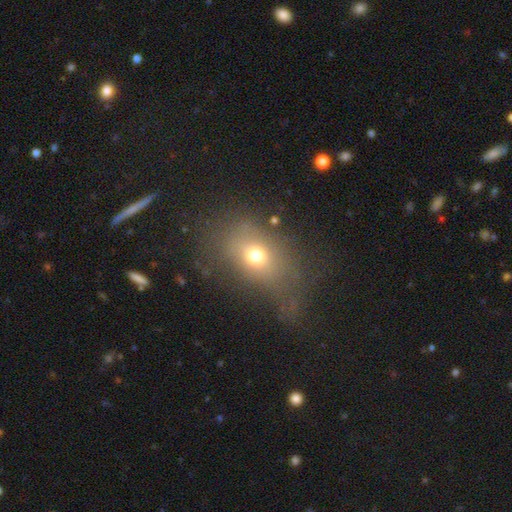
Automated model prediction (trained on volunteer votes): smooth_or_featured: smooth (p=0.66) [alt: featured or disk p=0.17]
how_rounded: in between (p=0.65) [alt: round p=0.32]
merging: none (p=0.55) [alt: major disturbance p=0.21]